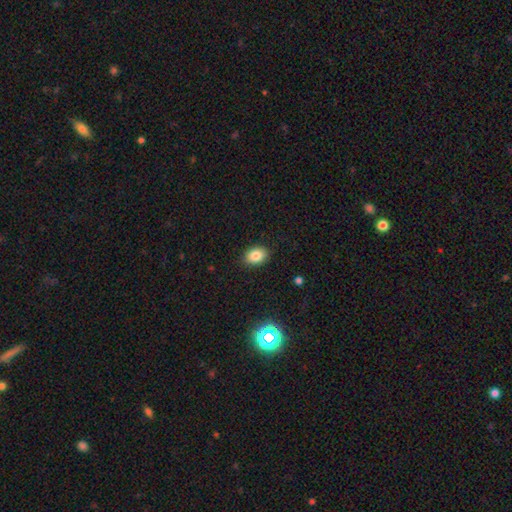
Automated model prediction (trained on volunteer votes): smooth-or-featured: smooth: 83% | star or artifact: 10% | featured or disk: 7%
  how-rounded: in between: 76% | round: 23% | cigar-shaped: 1%
  merging: none: 88% | minor disturbance: 9% | major disturbance: 2% | merger: 1%